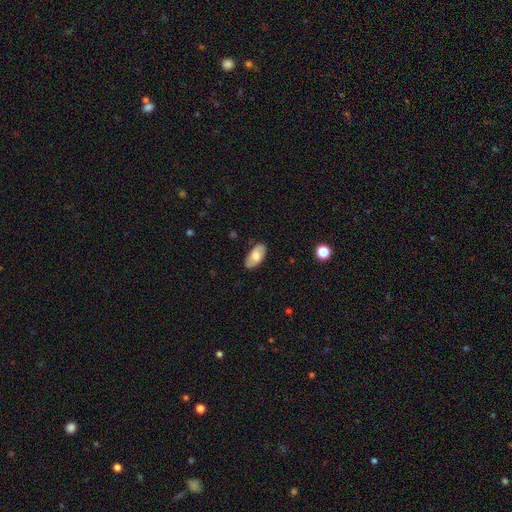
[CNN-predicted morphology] The model was most divided on "smooth or featured": smooth: 66%, featured or disk: 28%, star or artifact: 6%. More confident: how rounded — in between (94%); merging — none (83%).